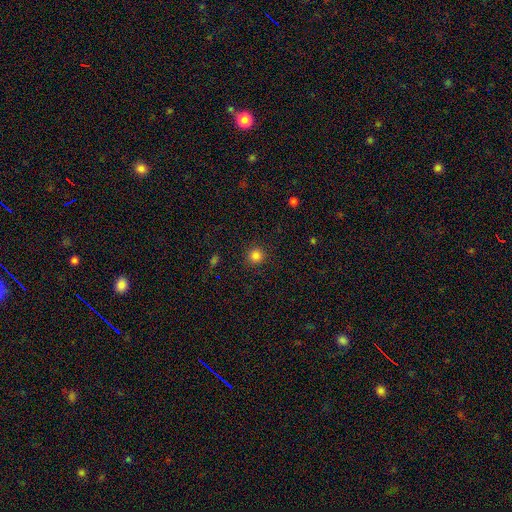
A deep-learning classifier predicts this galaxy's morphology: This appears to be a smooth galaxy with no disk features (83%) that is round (94%). Merging: none (91%).